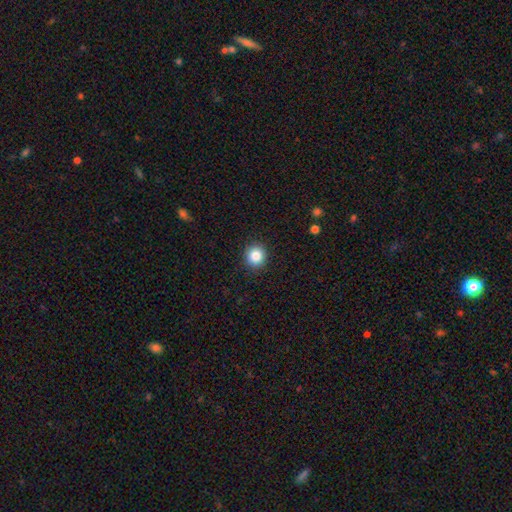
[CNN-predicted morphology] smooth_or_featured: smooth (p=0.85) [alt: star or artifact p=0.10]
how_rounded: round (p=0.90) [alt: in between p=0.09]
merging: none (p=0.91) [alt: minor disturbance p=0.06]